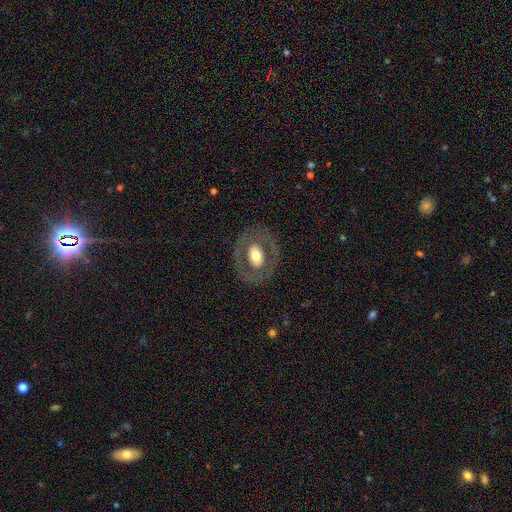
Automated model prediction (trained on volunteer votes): Smooth or featured? featured or disk (49%)
Merging? none (80%)